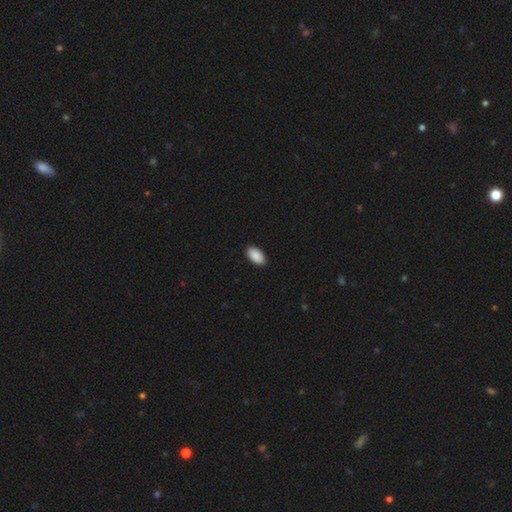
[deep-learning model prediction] This is clearly a smooth galaxy (91%). How rounded: clearly in between (95%). Merging: clearly none (90%).